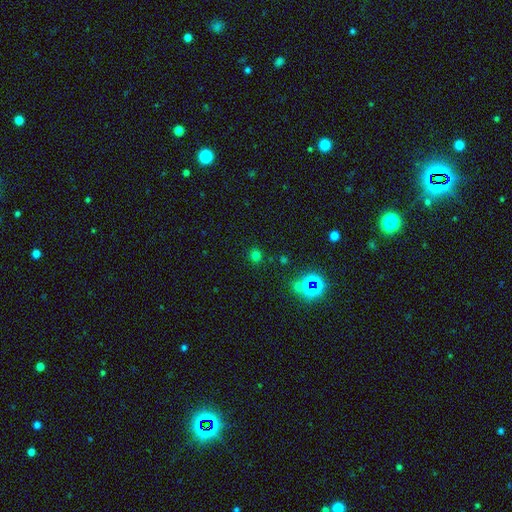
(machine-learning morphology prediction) A smooth galaxy with no disk features (66%) that is round (89%). Merging: none (86%).